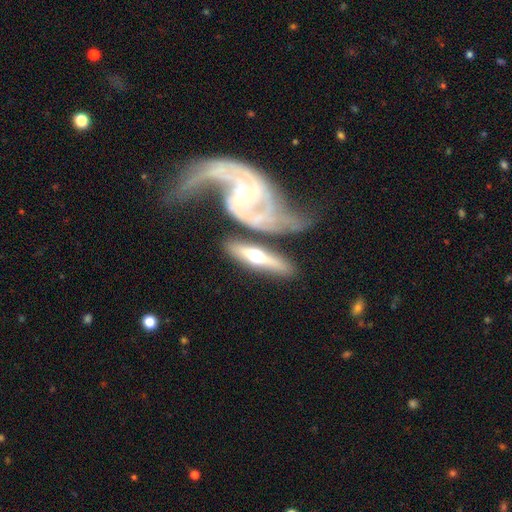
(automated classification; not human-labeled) The model was most divided on "smooth or featured": featured or disk: 57%, smooth: 38%, star or artifact: 5%. More confident: edge-on disk — yes (75%); merging — none (59%).